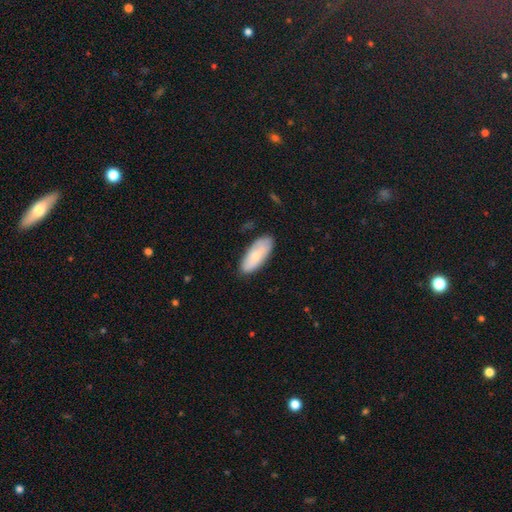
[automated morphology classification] A smooth galaxy with no disk features (71%) that is in between round and cigar-shaped (82%). Merging: none (80%).